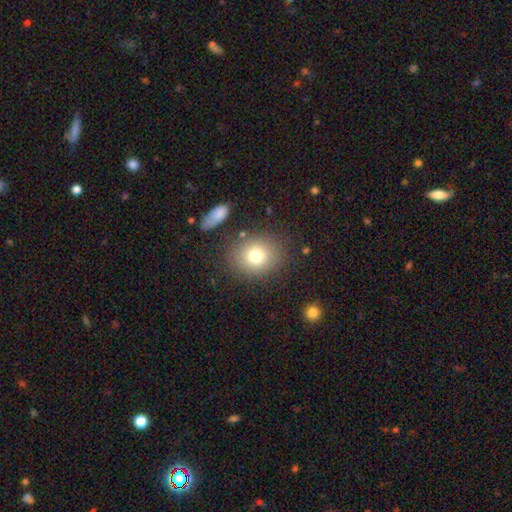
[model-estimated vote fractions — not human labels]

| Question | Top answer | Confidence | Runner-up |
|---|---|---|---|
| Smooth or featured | smooth | 77% | featured or disk (12%) |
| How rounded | round | 60% | in between (39%) |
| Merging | none | 79% | minor disturbance (11%) |